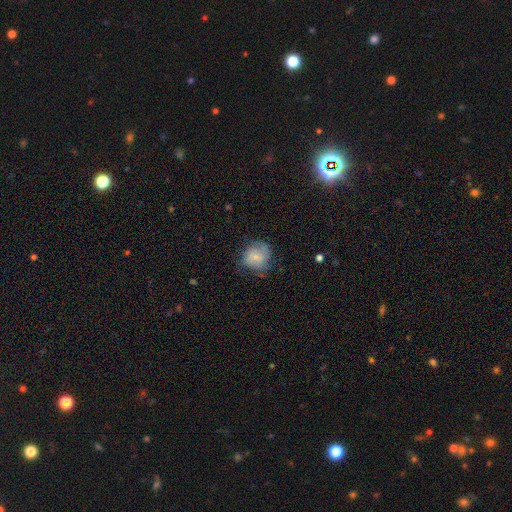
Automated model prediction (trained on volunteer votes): Smooth or featured?
  - smooth: 53% *
  - featured or disk: 39%
  - star or artifact: 8%
How rounded?
  - round: 76% *
  - in between: 23%
  - cigar-shaped: 1%
Merging?
  - none: 57% *
  - minor disturbance: 29%
  - major disturbance: 13%
  - merger: 2%